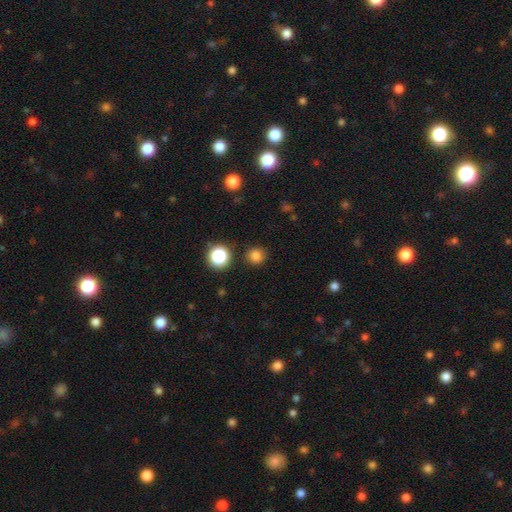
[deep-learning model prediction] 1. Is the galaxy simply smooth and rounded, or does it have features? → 81% smooth, 15% star or artifact, 4% featured or disk.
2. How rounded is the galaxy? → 92% round, 7% in between, 1% cigar-shaped.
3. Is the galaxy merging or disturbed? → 89% none, 6% minor disturbance, 2% major disturbance, 2% merger.